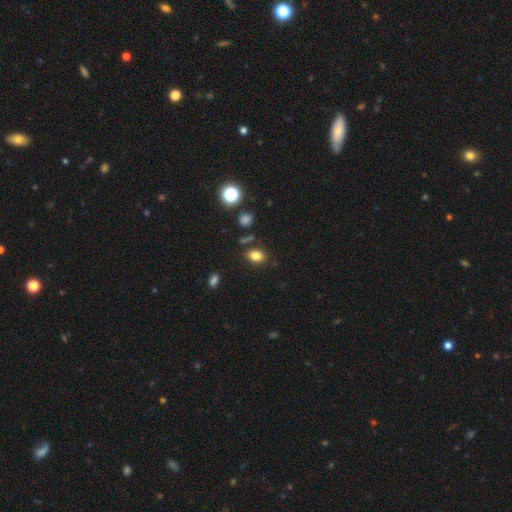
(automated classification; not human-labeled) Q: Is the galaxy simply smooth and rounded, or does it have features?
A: smooth — 80%.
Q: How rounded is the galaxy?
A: in between — 76%.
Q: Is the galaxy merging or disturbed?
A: none — 80%.